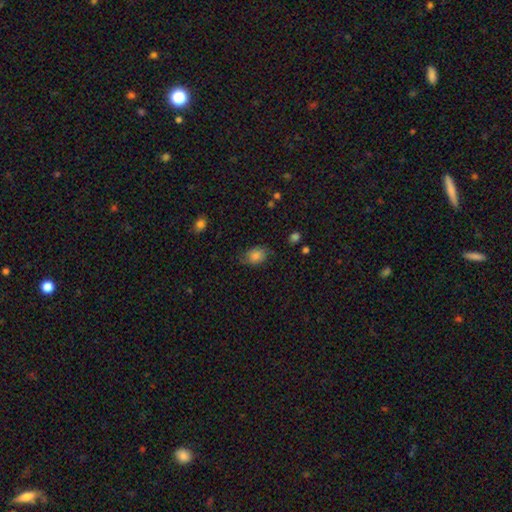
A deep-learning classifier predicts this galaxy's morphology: This is likely a smooth galaxy (77%). How rounded: likely in between (67%). Merging: likely none (64%).